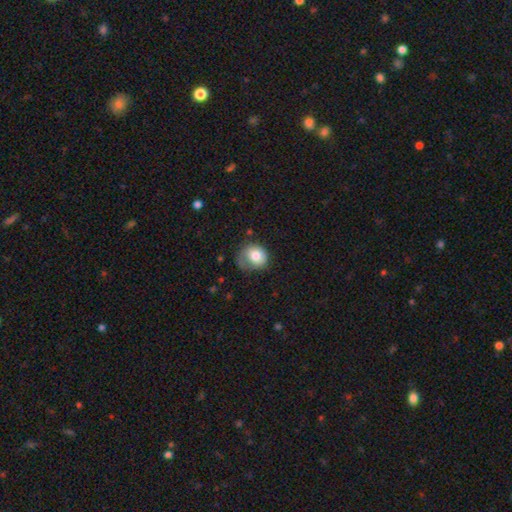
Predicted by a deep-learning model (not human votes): This is likely a smooth galaxy (75%). How rounded: likely round (65%). Merging: marginally none (42%).